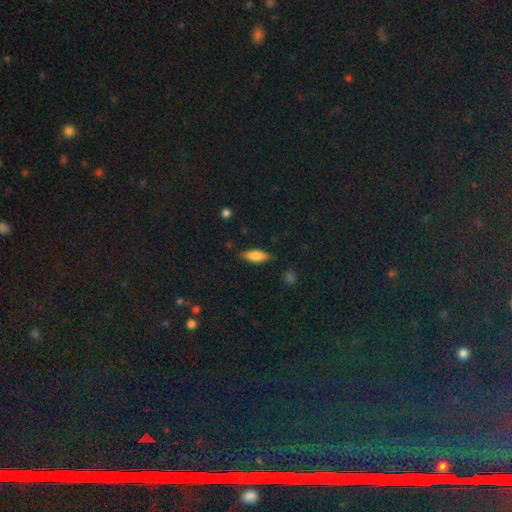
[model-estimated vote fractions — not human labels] This appears to be a smooth galaxy with no disk features (75%) that is in between round and cigar-shaped (66%). Merging: none (81%).